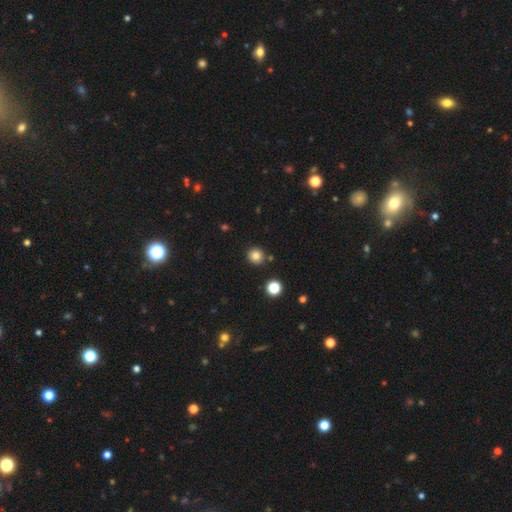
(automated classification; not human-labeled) This is clearly a smooth galaxy (83%). How rounded: clearly round (92%). Merging: clearly none (87%).